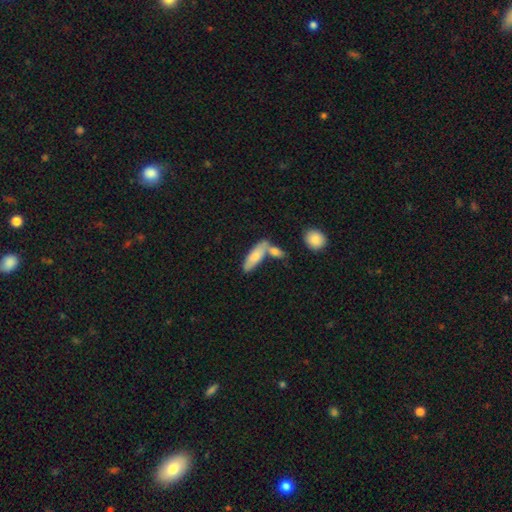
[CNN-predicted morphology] Smooth or featured? Predicted: smooth (p=0.76). How rounded? Predicted: in between (p=0.56). Merging? Predicted: none (p=0.47).